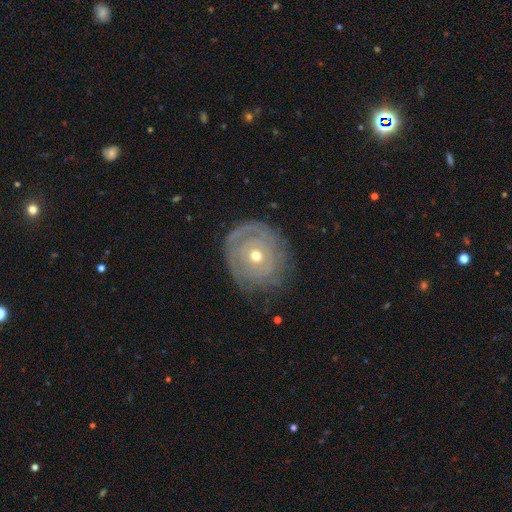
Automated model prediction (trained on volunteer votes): The model was most divided on "bulge size": moderate: 50%, small: 46%, large: 2%, dominant: 1%, none: 1%. More confident: edge-on disk — no (96%); bar — no (82%); merging — none (78%); spiral arms — yes (75%); smooth or featured — featured or disk (69%).